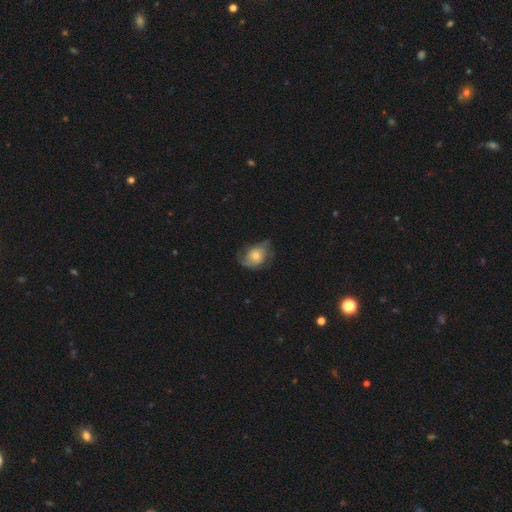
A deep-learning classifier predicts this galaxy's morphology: Smooth or featured? Predicted: featured or disk (p=0.52). Edge-on disk? Predicted: no (p=0.95). Merging? Predicted: none (p=0.53).